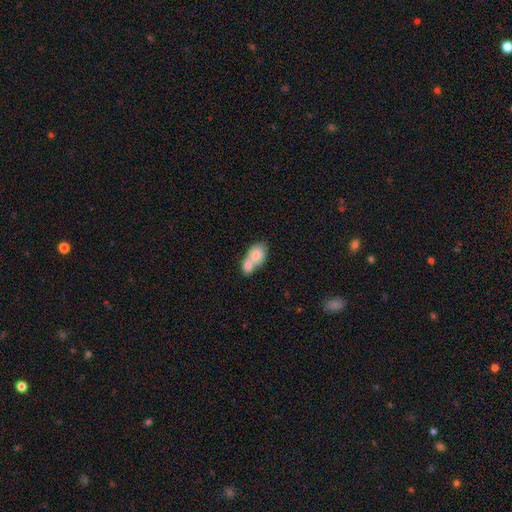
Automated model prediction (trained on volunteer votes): A smooth galaxy with no disk features (72%) that is in between round and cigar-shaped (75%). Merging: merger (72%).